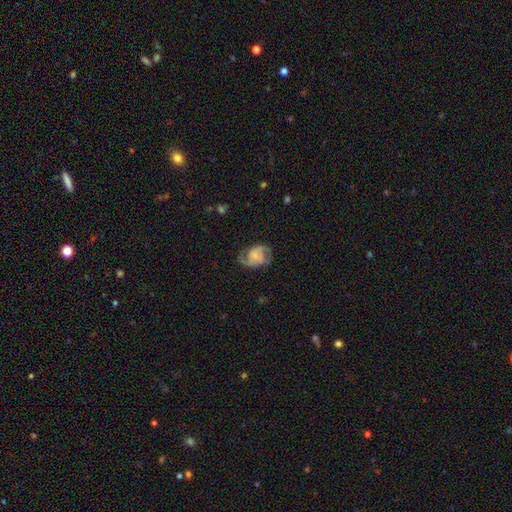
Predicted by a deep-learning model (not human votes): Smooth or featured?
  - featured or disk: 74% *
  - smooth: 18%
  - star or artifact: 8%
Edge-on disk?
  - no: 98% *
  - yes: 2%
Bar?
  - no: 60% *
  - weak: 32%
  - strong: 8%
Spiral arms?
  - yes: 93% *
  - no: 7%
Spiral winding?
  - medium: 50% *
  - loose: 30%
  - tight: 20%
Spiral arm count?
  - 2: 86% *
  - can't tell: 5%
  - 3: 3%
  - 1: 3%
  - 4: 1%
  - more than 4: 1%
Bulge size?
  - none: 41% *
  - small: 31%
  - moderate: 16%
  - large: 9%
  - dominant: 3%
Merging?
  - none: 65% *
  - minor disturbance: 20%
  - major disturbance: 14%
  - merger: 2%